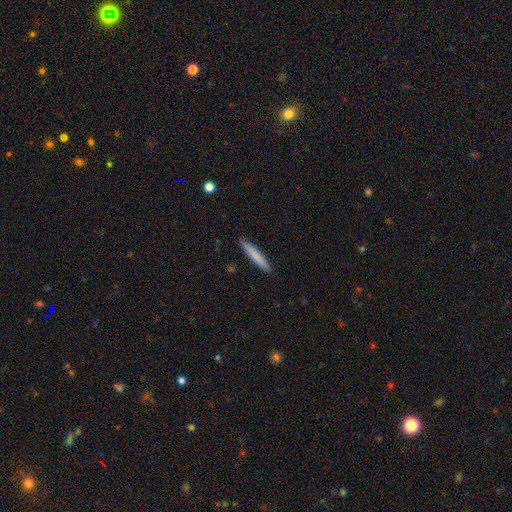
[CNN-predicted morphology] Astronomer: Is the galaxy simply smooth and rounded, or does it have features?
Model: smooth — 77%.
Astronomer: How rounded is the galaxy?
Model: cigar-shaped — 95%.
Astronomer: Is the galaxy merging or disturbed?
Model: none — 91%.